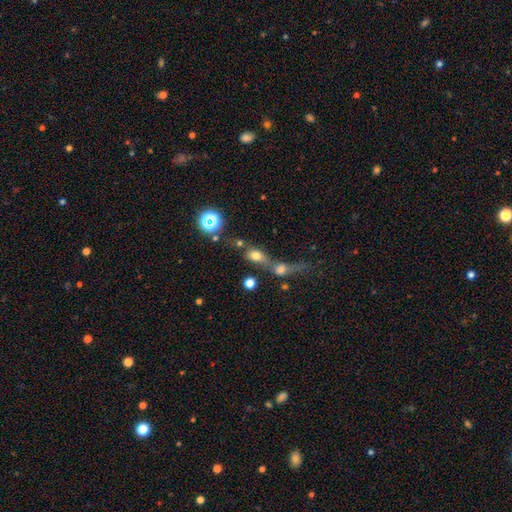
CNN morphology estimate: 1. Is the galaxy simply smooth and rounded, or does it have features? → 68% smooth, 17% star or artifact, 15% featured or disk.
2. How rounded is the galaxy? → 54% in between, 39% round, 7% cigar-shaped.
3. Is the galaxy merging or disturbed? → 58% merger, 26% none, 8% major disturbance, 8% minor disturbance.